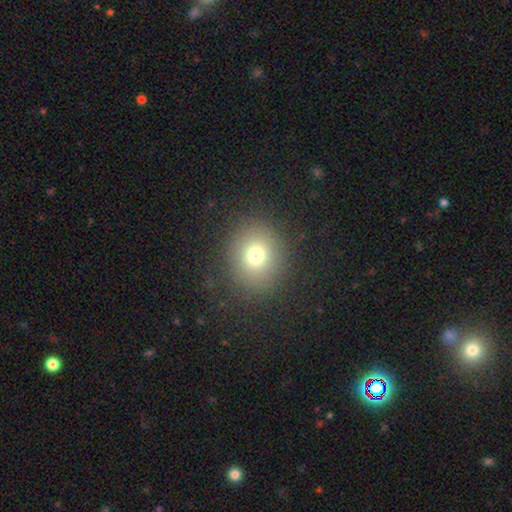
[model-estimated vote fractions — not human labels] Smooth or featured: smooth — 73% (star or artifact — 16%)
How rounded: round — 79% (in between — 20%)
Merging: none — 84% (minor disturbance — 9%)